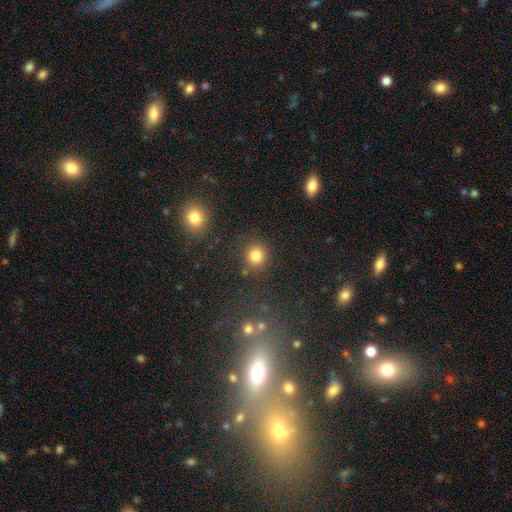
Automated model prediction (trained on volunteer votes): Smooth or featured? smooth (83%)
How rounded? round (91%)
Merging? none (84%)